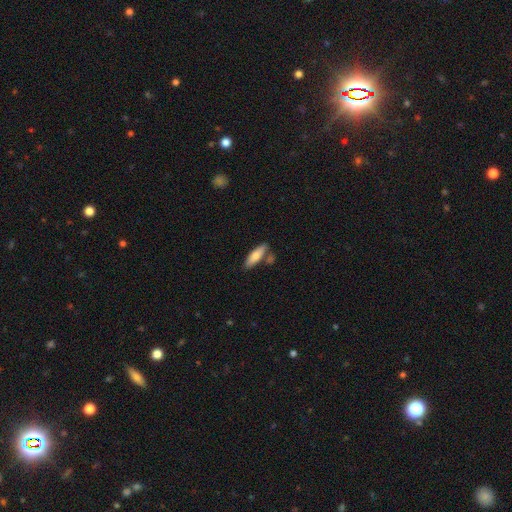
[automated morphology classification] smooth_or_featured: smooth (p=0.75) [alt: featured or disk p=0.19]
how_rounded: cigar-shaped (p=0.50) [alt: in between p=0.48]
merging: none (p=0.70) [alt: minor disturbance p=0.14]